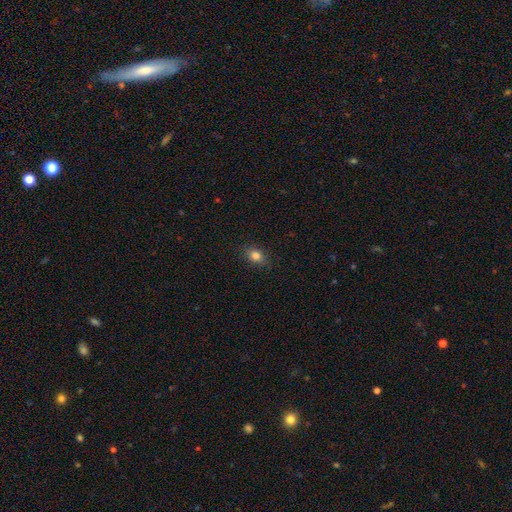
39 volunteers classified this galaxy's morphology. type=smooth (92%); roundness=in between (67%); merging=none (92%).